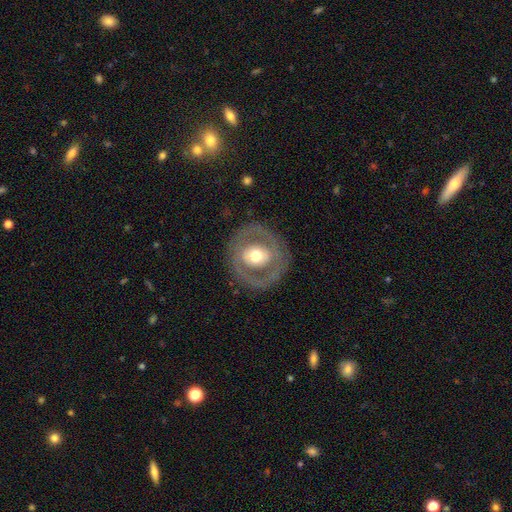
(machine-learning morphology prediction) A featured or disk galaxy (60%) with no bar (64%), no spiral arms (74%) and a moderate central bulge (64%).

Vote fractions:
- Smooth or featured? featured or disk: 60% / smooth: 34% / star or artifact: 6%
- Edge-on disk? no: 95% / yes: 5%
- Bar? no: 64% / weak: 23% / strong: 13%
- Spiral arms? no: 74% / yes: 26%
- Bulge size? moderate: 64% / large: 26% / small: 7% / dominant: 2% / none: 1%
- Merging? none: 81% / minor disturbance: 10% / major disturbance: 7% / merger: 1%